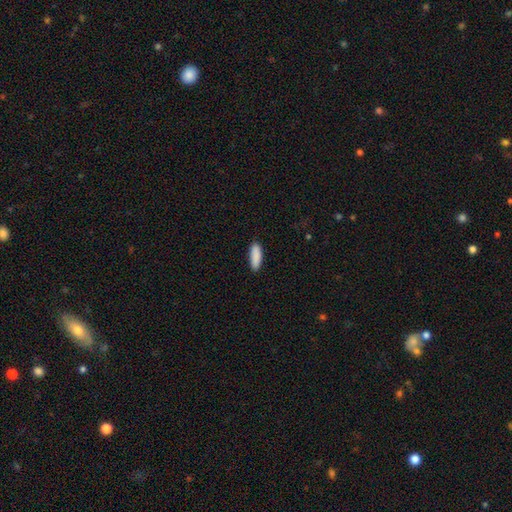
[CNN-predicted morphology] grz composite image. It shows a smooth galaxy with no disk features (90%) that is in between round and cigar-shaped (54%). Merging: none (86%).